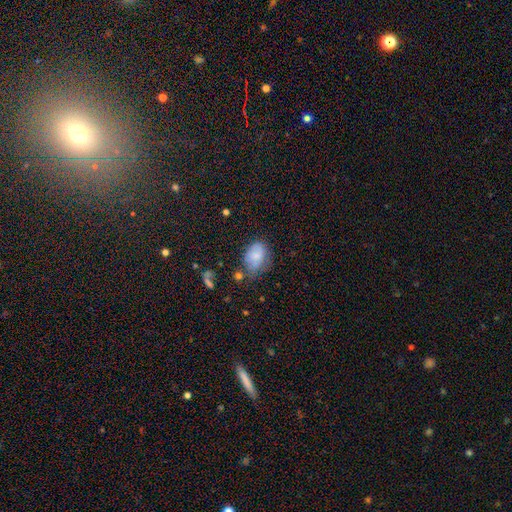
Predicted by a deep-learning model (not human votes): This is likely a smooth galaxy (74%). How rounded: likely in between (80%). Merging: marginally none (43%).